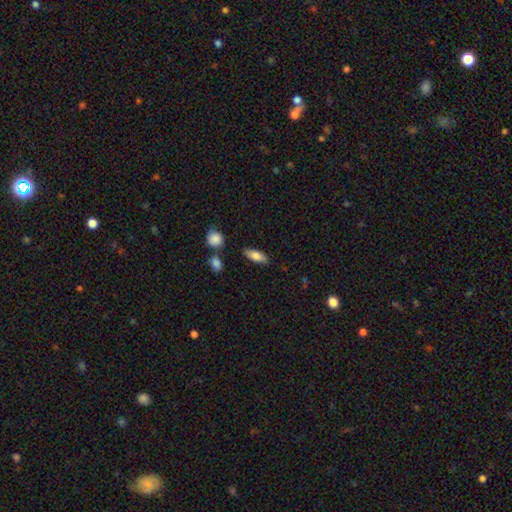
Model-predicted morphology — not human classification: A smooth galaxy with no disk features (79%) that is in between round and cigar-shaped (73%).

Vote fractions:
- Smooth or featured? smooth: 79% / featured or disk: 14% / star or artifact: 7%
- How rounded? in between: 73% / cigar-shaped: 24% / round: 3%
- Merging? none: 83% / minor disturbance: 11% / merger: 3% / major disturbance: 3%